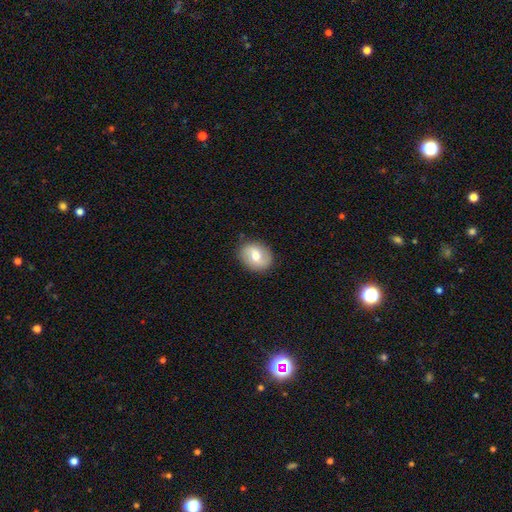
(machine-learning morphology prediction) This appears to be a smooth galaxy with no disk features (55%) that is in between round and cigar-shaped (51%). Merging: none (84%).